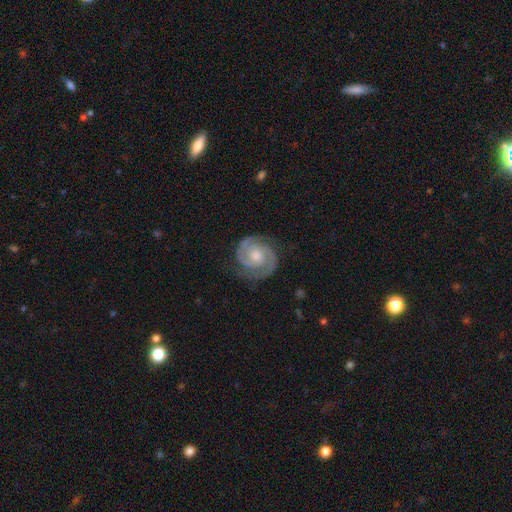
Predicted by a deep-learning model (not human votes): featured or disk 89%, smooth 6%, star or artifact 5%. Down the decision tree: edge-on disk — no (98%); bar — no (68%); spiral arms — yes (98%); spiral arm count — 2 (89%); spiral winding — tight (62%); bulge size — moderate (57%); merging — none (79%).